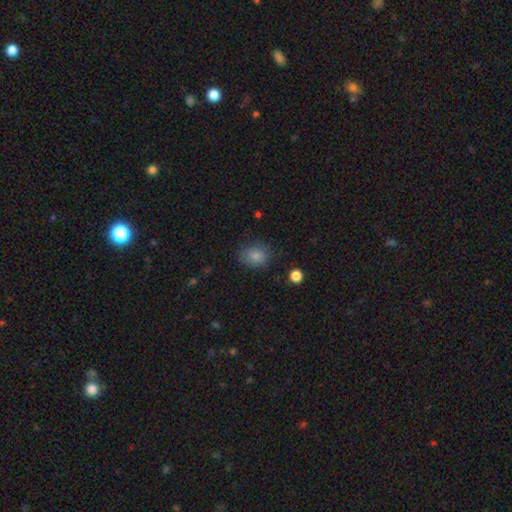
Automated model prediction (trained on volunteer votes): Q: Smooth or featured?
A: smooth (82%); runner-up: star or artifact (10%)
Q: How rounded?
A: round (51%); runner-up: in between (48%)
Q: Merging?
A: none (72%); runner-up: minor disturbance (20%)